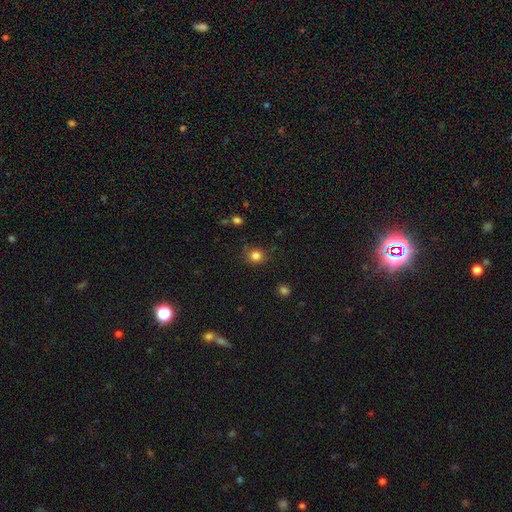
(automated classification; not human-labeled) smooth 82%, star or artifact 13%, featured or disk 5%. Down the decision tree: how rounded — round (82%); merging — none (80%).